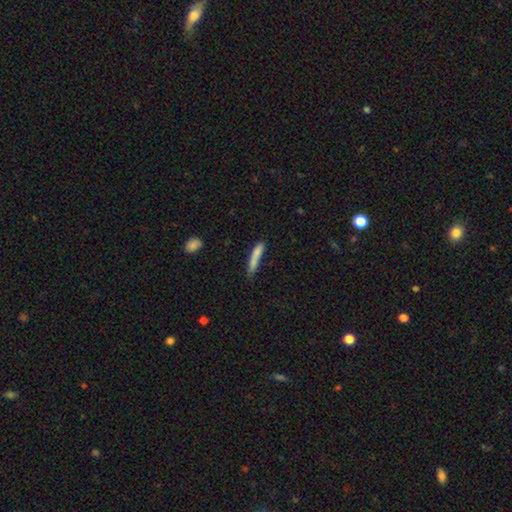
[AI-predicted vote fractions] Smooth or featured?
  - smooth: 78% *
  - featured or disk: 15%
  - star or artifact: 7%
How rounded?
  - cigar-shaped: 88% *
  - in between: 10%
  - round: 2%
Merging?
  - none: 59% *
  - minor disturbance: 26%
  - major disturbance: 8%
  - merger: 8%